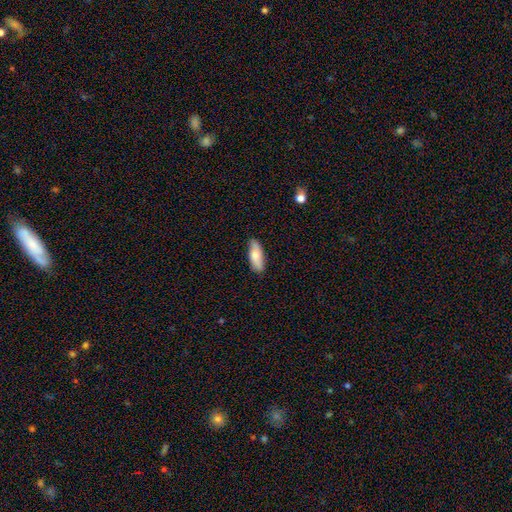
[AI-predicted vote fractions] smooth_or_featured: smooth (p=0.71) [alt: featured or disk p=0.22]
how_rounded: in between (p=0.73) [alt: cigar-shaped p=0.24]
merging: none (p=0.79) [alt: minor disturbance p=0.17]